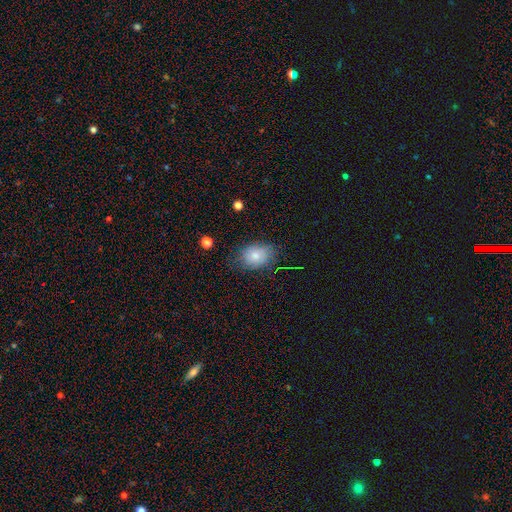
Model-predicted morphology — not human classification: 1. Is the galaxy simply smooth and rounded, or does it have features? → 72% smooth, 18% featured or disk, 9% star or artifact.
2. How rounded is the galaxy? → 72% in between, 27% round, 1% cigar-shaped.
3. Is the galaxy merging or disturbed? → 71% none, 21% minor disturbance, 6% major disturbance, 1% merger.